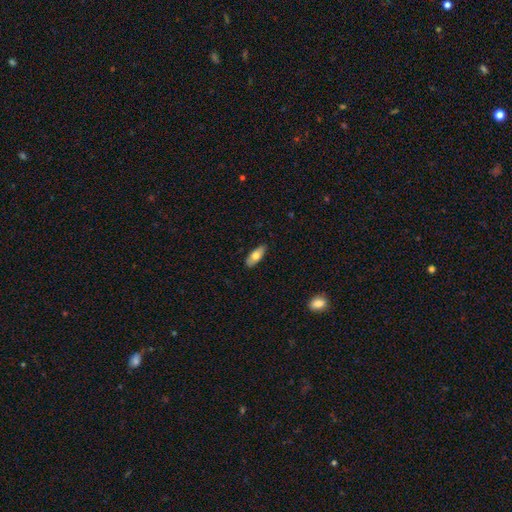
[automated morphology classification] Overall: smooth (71%). How rounded: in between (81%). Merging: none (87%).